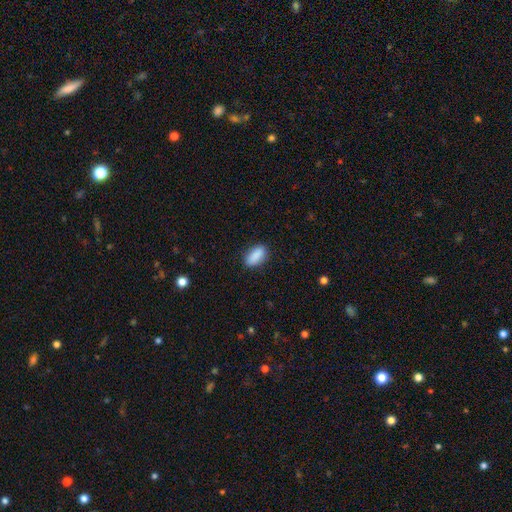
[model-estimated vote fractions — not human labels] Smooth or featured? Predicted: smooth (p=0.89). How rounded? Predicted: in between (p=0.86). Merging? Predicted: none (p=0.86).